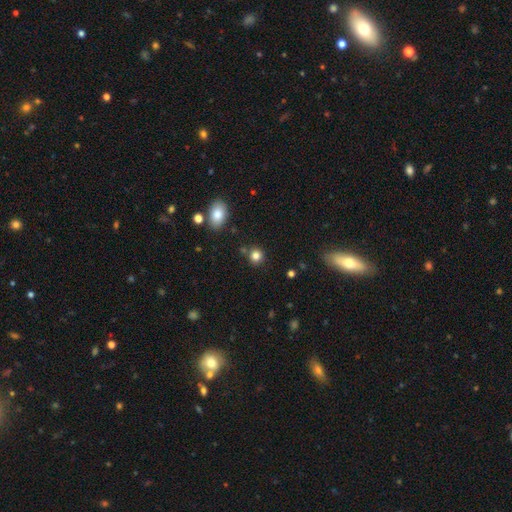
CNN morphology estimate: This appears to be a smooth galaxy with no disk features (82%) that is round (89%). Merging: none (82%).